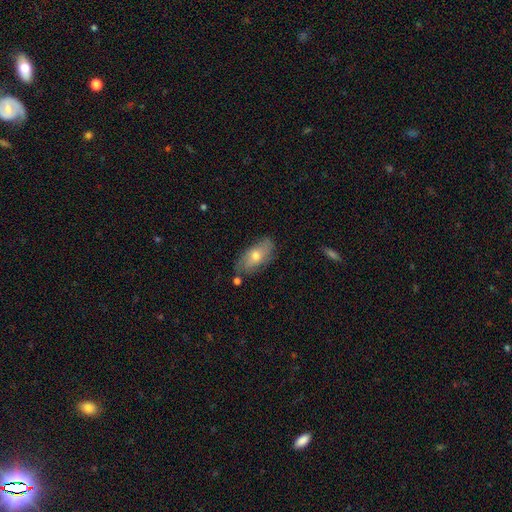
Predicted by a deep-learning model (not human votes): smooth-or-featured: smooth: 58% | featured or disk: 35% | star or artifact: 8%
  how-rounded: in between: 86% | cigar-shaped: 11% | round: 4%
  merging: none: 73% | minor disturbance: 20% | major disturbance: 4% | merger: 4%